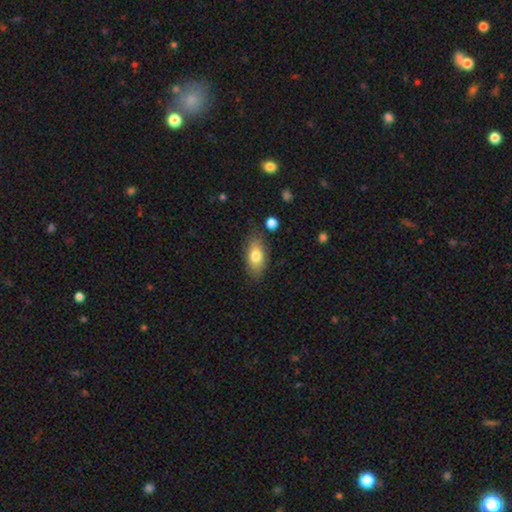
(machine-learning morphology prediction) Smooth or featured: smooth — 77% (featured or disk — 16%)
How rounded: in between — 87% (cigar-shaped — 7%)
Merging: none — 78% (minor disturbance — 15%)